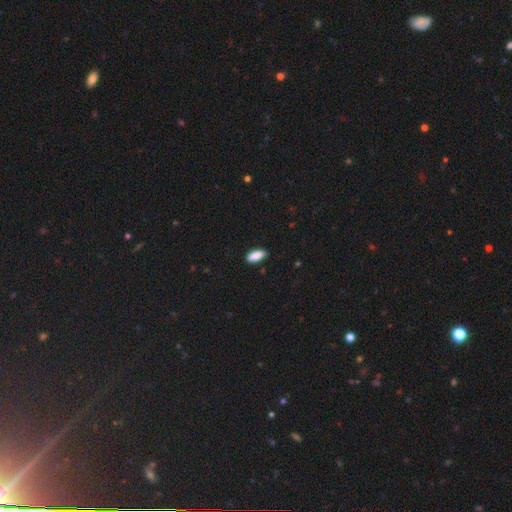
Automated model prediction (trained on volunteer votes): smooth_or_featured: smooth (p=0.88) [alt: star or artifact p=0.06]
how_rounded: in between (p=0.77) [alt: cigar-shaped p=0.21]
merging: none (p=0.85) [alt: minor disturbance p=0.12]